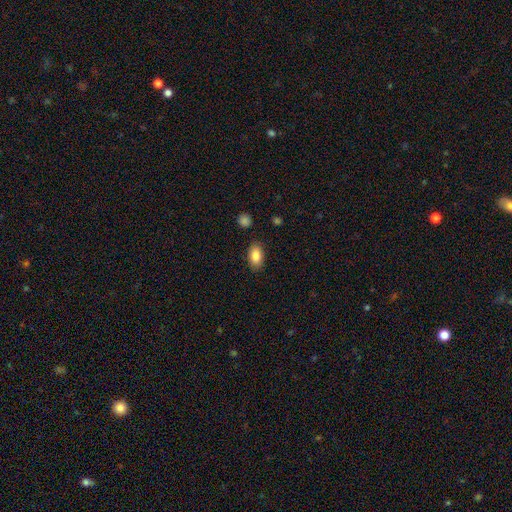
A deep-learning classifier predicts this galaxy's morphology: Smooth or featured: smooth — 86% (star or artifact — 7%)
How rounded: in between — 92% (round — 6%)
Merging: none — 85% (minor disturbance — 10%)